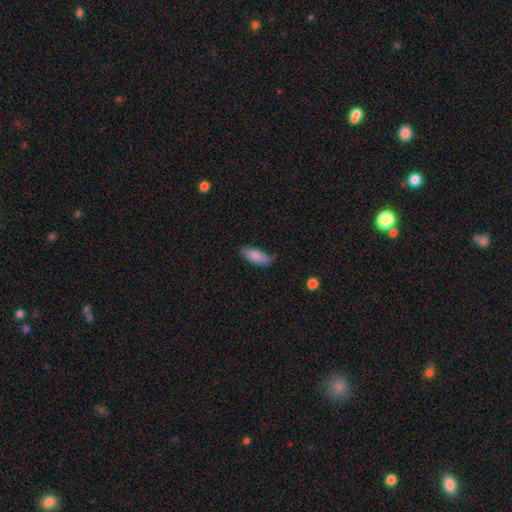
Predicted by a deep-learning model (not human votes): Smooth or featured? smooth (84%)
How rounded? in between (76%)
Merging? none (80%)